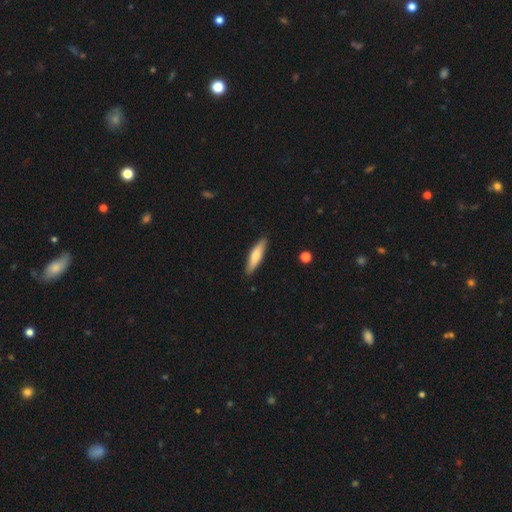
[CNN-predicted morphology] smooth_or_featured: smooth (p=0.68) [alt: featured or disk p=0.27]
how_rounded: cigar-shaped (p=0.73) [alt: in between p=0.25]
merging: none (p=0.88) [alt: minor disturbance p=0.09]